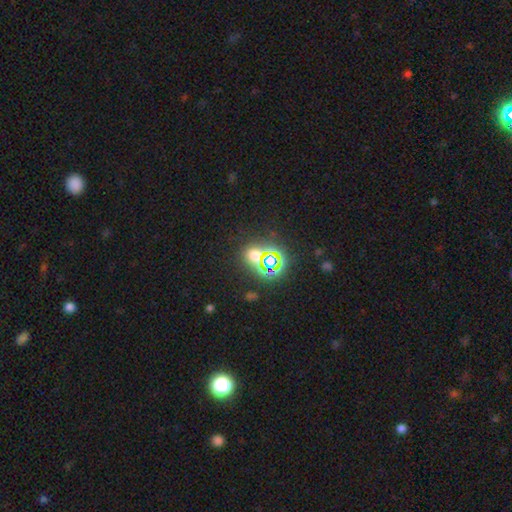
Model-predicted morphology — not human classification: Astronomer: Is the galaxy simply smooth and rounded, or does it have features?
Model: star or artifact — 58%.